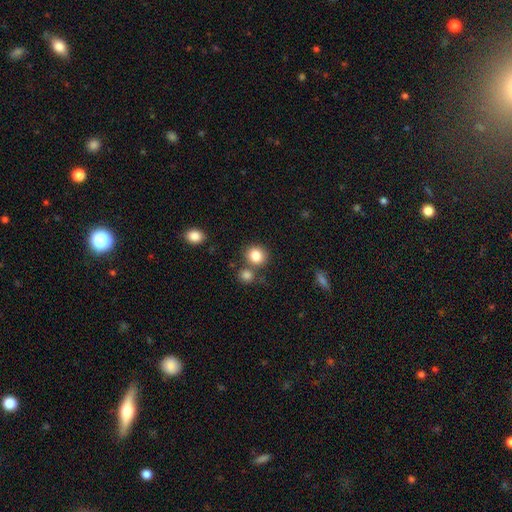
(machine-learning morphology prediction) Q: Smooth or featured?
A: smooth (84%); runner-up: star or artifact (10%)
Q: How rounded?
A: round (82%); runner-up: in between (17%)
Q: Merging?
A: none (69%); runner-up: merger (17%)